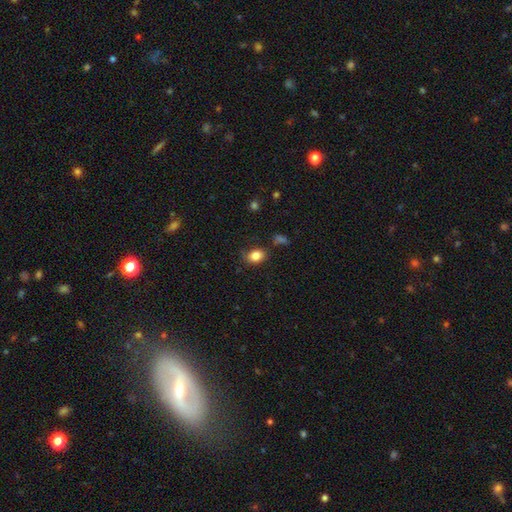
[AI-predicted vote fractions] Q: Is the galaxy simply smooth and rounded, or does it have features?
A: smooth — 83%.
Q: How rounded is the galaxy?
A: in between — 67%.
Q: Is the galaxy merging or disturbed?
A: none — 75%.